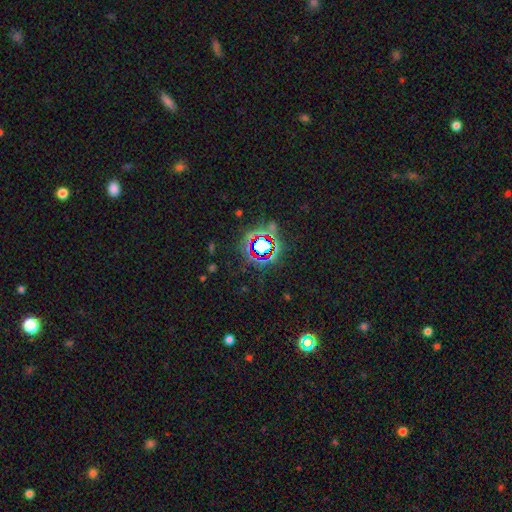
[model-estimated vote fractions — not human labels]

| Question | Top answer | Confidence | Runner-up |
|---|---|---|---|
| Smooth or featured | star or artifact | 78% | smooth (13%) |